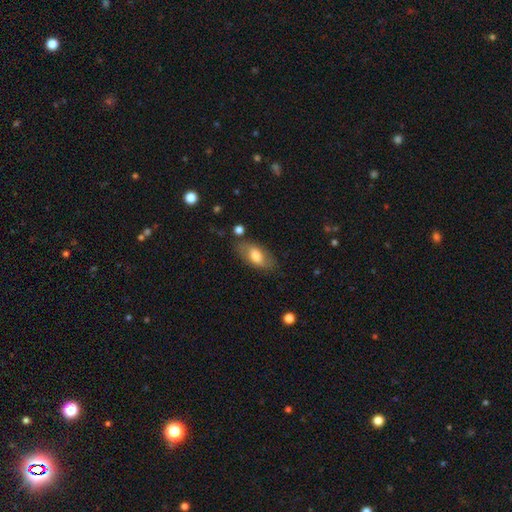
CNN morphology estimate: A smooth galaxy with no disk features (68%) that is in between round and cigar-shaped (89%). Merging: none (73%).